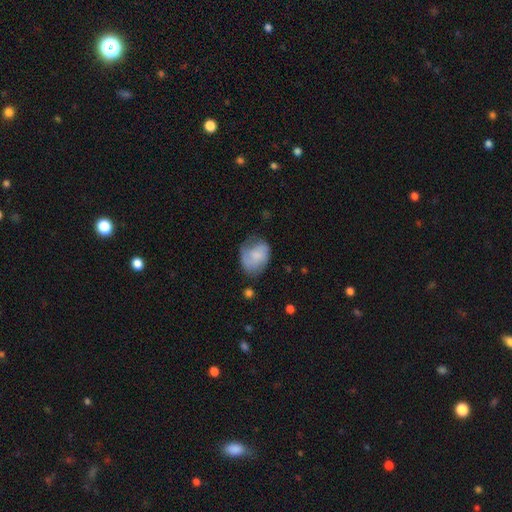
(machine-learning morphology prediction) type=smooth (57%); roundness=in between (65%); merging=none (47%).